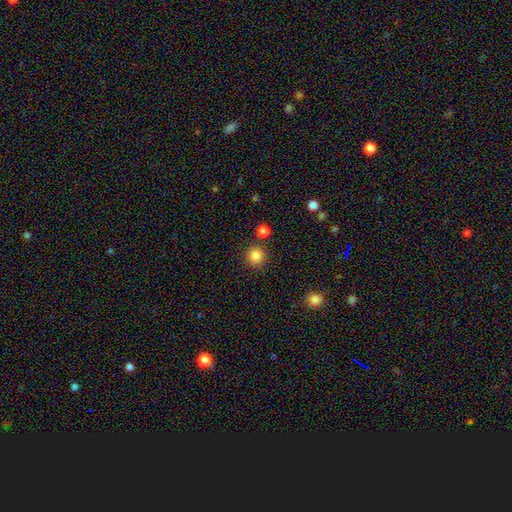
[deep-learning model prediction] Smooth or featured?
  - smooth: 85% *
  - star or artifact: 11%
  - featured or disk: 4%
How rounded?
  - round: 94% *
  - in between: 5%
  - cigar-shaped: 1%
Merging?
  - none: 86% *
  - minor disturbance: 6%
  - merger: 5%
  - major disturbance: 2%